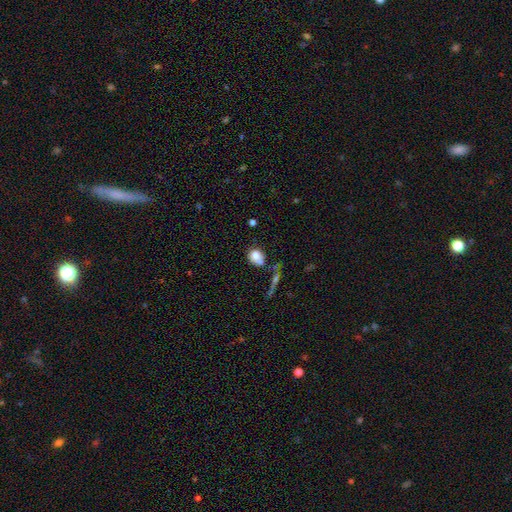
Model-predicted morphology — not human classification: Overall: smooth (73%). How rounded: round (52%; in between 46%). Merging: none (41%; merger 22%).